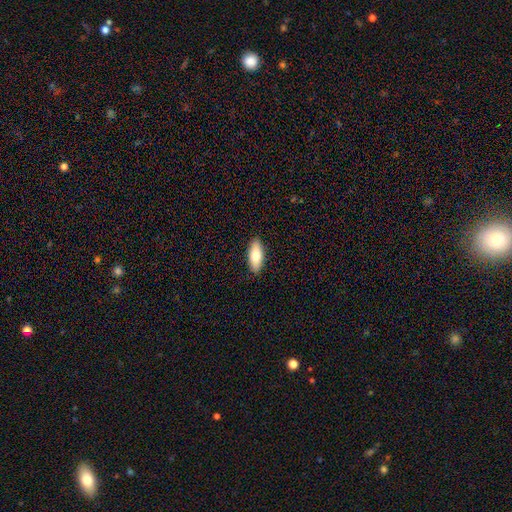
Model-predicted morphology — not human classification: smooth-or-featured: smooth: 74% | featured or disk: 20% | star or artifact: 6%
  how-rounded: in between: 82% | cigar-shaped: 16% | round: 2%
  merging: none: 90% | minor disturbance: 8% | major disturbance: 2% | merger: 1%